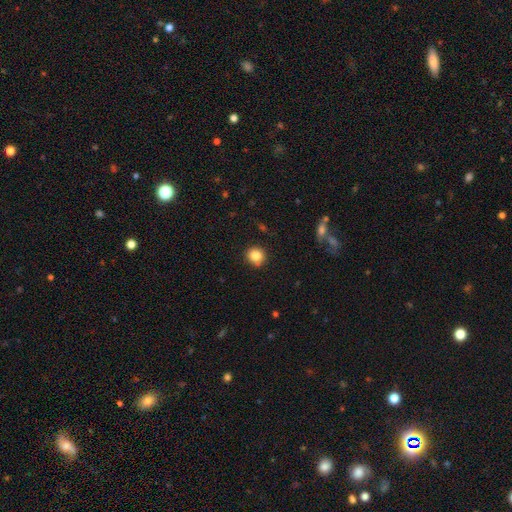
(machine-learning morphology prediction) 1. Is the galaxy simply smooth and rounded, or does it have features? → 84% smooth, 10% star or artifact, 6% featured or disk.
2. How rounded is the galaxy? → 91% round, 8% in between, 1% cigar-shaped.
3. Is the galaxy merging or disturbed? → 85% none, 10% minor disturbance, 2% merger, 2% major disturbance.